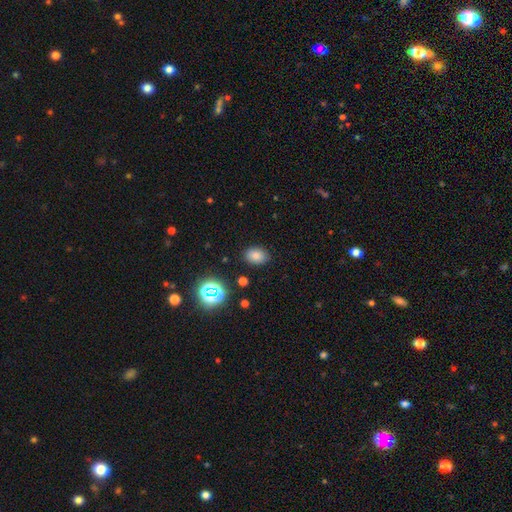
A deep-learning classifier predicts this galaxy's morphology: A smooth galaxy with no disk features (78%) that is in between round and cigar-shaped (72%). Merging: none (86%).